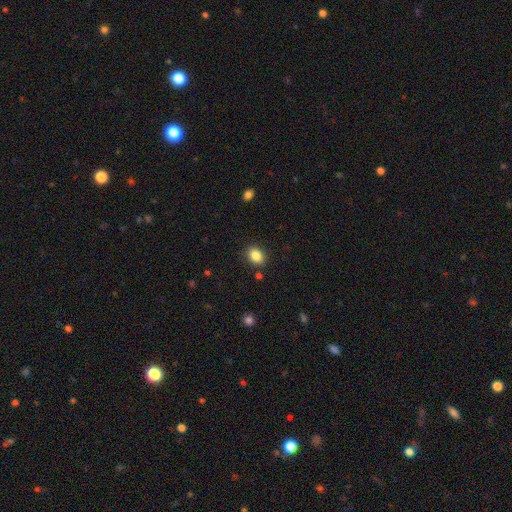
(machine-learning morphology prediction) The model was most divided on "how rounded": in between: 73%, round: 26%, cigar-shaped: 1%. More confident: merging — none (87%); smooth or featured — smooth (85%).